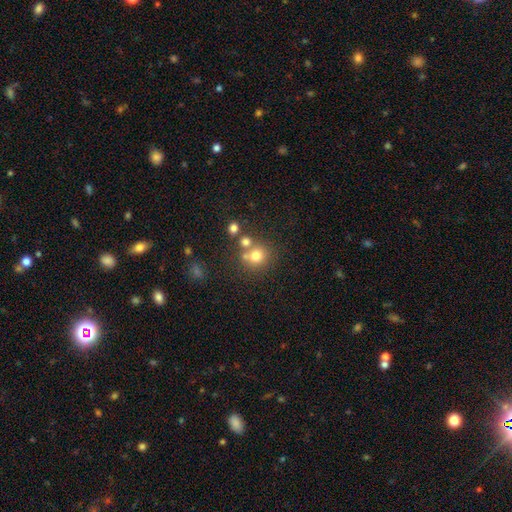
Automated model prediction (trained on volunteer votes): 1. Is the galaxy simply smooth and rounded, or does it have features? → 73% smooth, 15% star or artifact, 13% featured or disk.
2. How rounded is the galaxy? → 86% round, 13% in between, 1% cigar-shaped.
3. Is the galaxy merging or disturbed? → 58% none, 29% merger, 9% minor disturbance, 4% major disturbance.